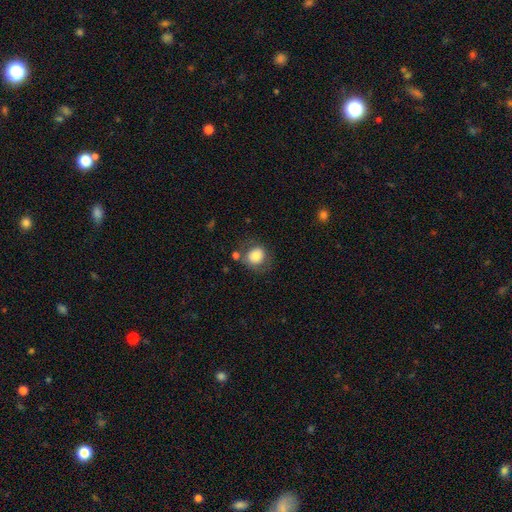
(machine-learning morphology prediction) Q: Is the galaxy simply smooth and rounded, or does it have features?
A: smooth — 79%.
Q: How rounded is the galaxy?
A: round — 73%.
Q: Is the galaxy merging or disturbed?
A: none — 67%.